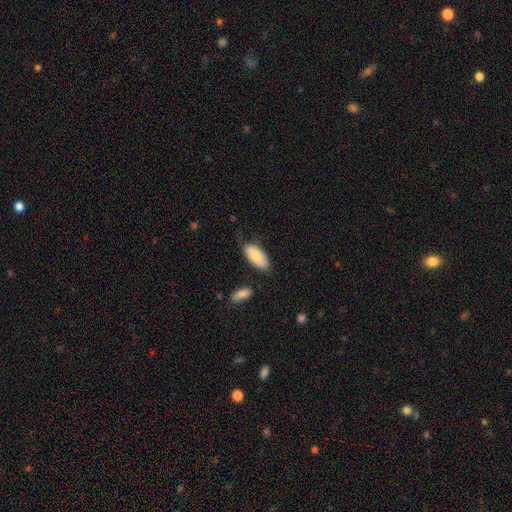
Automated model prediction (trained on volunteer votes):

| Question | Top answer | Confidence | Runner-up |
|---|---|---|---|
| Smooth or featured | smooth | 81% | featured or disk (13%) |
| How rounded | in between | 90% | cigar-shaped (8%) |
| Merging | none | 64% | minor disturbance (26%) |